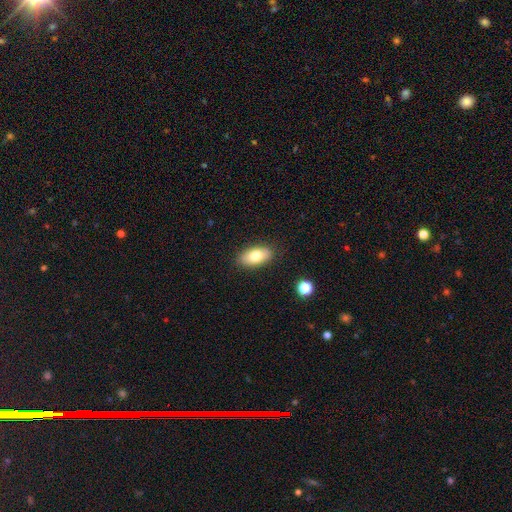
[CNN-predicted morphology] smooth-or-featured: smooth: 76% | featured or disk: 16% | star or artifact: 7%
  how-rounded: in between: 91% | round: 5% | cigar-shaped: 4%
  merging: none: 87% | minor disturbance: 10% | major disturbance: 2% | merger: 1%